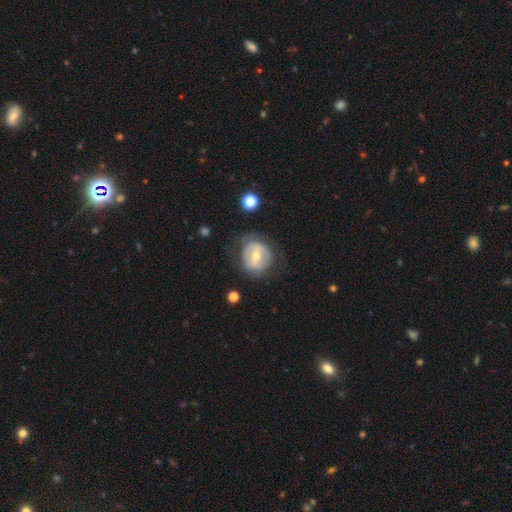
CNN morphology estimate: Smooth or featured?
  - featured or disk: 56% *
  - smooth: 37%
  - star or artifact: 6%
Edge-on disk?
  - no: 96% *
  - yes: 4%
Bar?
  - weak: 41% *
  - strong: 32%
  - no: 27%
Spiral arms?
  - no: 67% *
  - yes: 33%
Bulge size?
  - moderate: 66% *
  - small: 28%
  - large: 4%
  - none: 1%
  - dominant: 1%
Merging?
  - none: 64% *
  - minor disturbance: 21%
  - major disturbance: 13%
  - merger: 2%